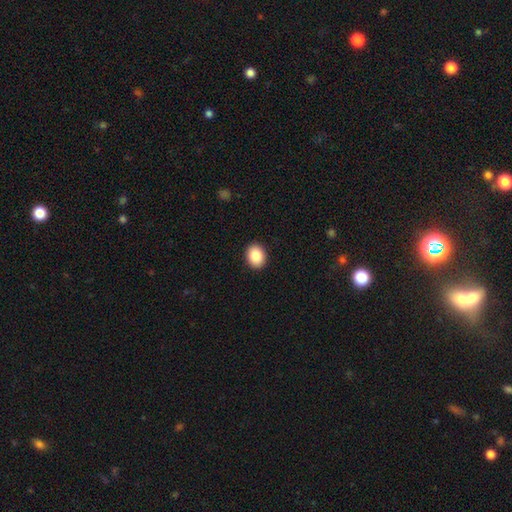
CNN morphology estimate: This appears to be a smooth galaxy with no disk features (87%) that is in between round and cigar-shaped (57%). Merging: none (92%).